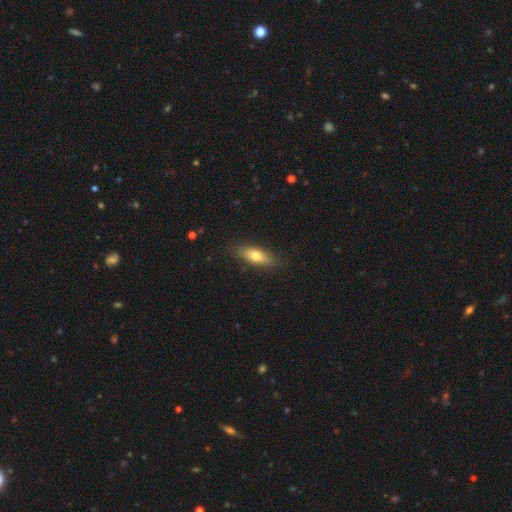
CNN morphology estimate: Smooth or featured: smooth — 69% (featured or disk — 25%)
How rounded: in between — 58% (cigar-shaped — 38%)
Merging: none — 85% (minor disturbance — 11%)